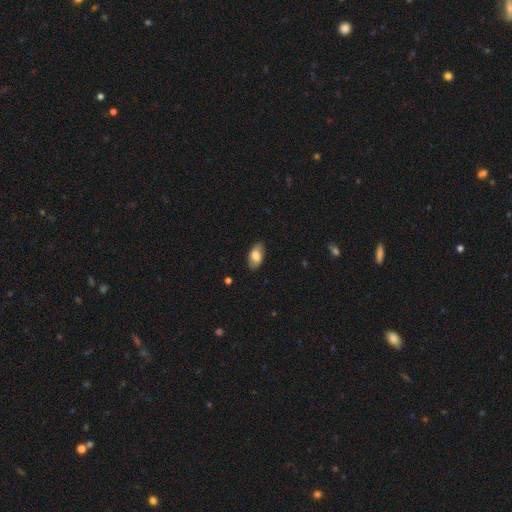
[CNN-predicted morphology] Q: Smooth or featured?
A: smooth (73%); runner-up: featured or disk (21%)
Q: How rounded?
A: in between (93%); runner-up: round (4%)
Q: Merging?
A: none (84%); runner-up: minor disturbance (13%)